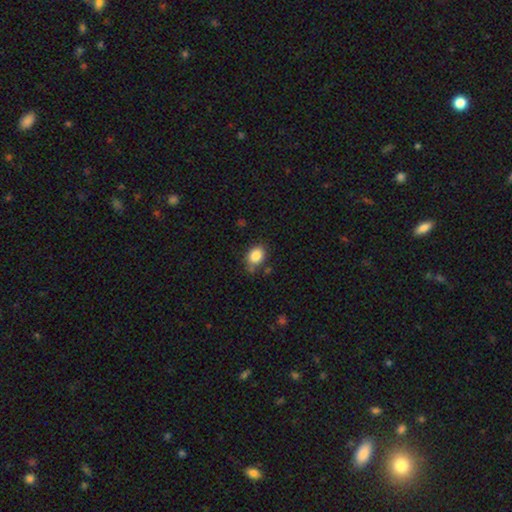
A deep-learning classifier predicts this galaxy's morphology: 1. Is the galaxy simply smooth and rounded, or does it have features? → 86% smooth, 9% star or artifact, 5% featured or disk.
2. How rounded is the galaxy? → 59% in between, 40% round, 1% cigar-shaped.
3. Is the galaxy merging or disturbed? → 73% none, 18% minor disturbance, 4% merger, 4% major disturbance.